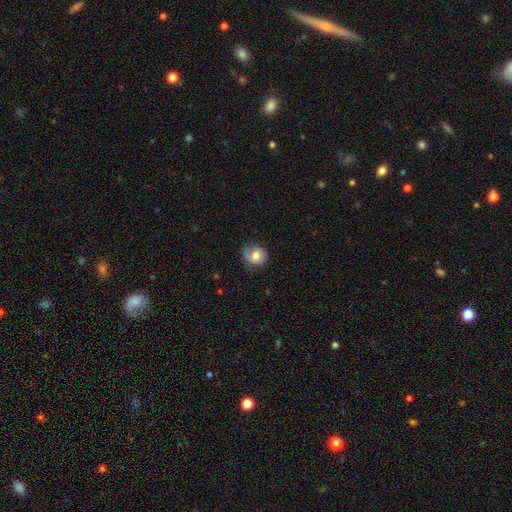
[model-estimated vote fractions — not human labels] This appears to be a smooth galaxy with no disk features (66%) that is round (77%). Merging: none (67%).